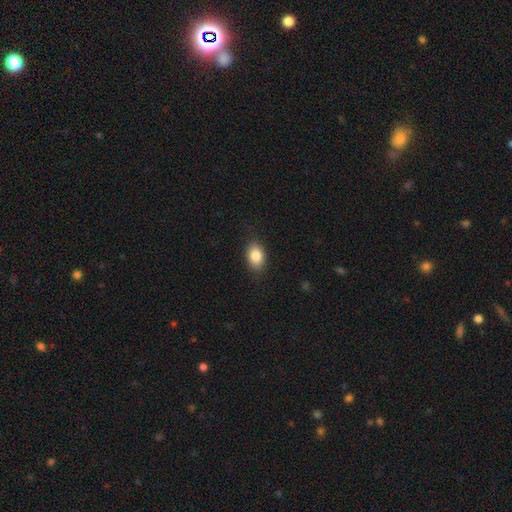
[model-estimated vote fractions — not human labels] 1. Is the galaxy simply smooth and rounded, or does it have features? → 84% smooth, 8% star or artifact, 8% featured or disk.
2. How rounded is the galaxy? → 82% in between, 16% round, 1% cigar-shaped.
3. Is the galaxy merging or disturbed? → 86% none, 11% minor disturbance, 3% major disturbance, 1% merger.